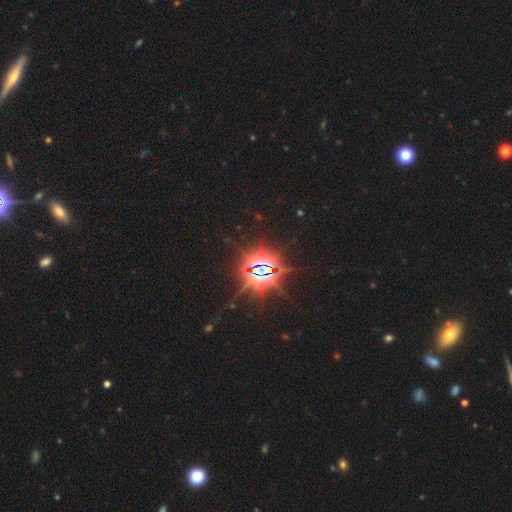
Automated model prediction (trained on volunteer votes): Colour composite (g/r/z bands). It shows a star or artifact, not a galaxy (85%).